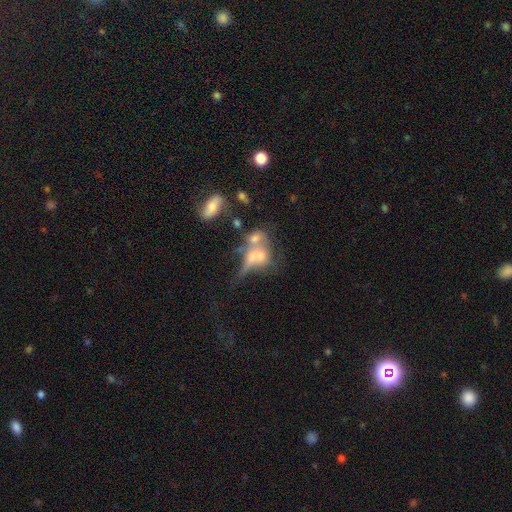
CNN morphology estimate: type=smooth (47%); merging=merger (63%).